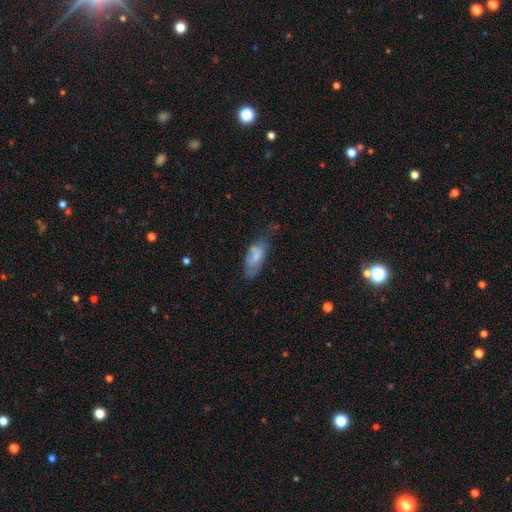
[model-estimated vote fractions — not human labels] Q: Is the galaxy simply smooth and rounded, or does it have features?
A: smooth — 63%.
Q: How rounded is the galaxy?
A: in between — 84%.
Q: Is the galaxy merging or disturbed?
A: none — 40%.